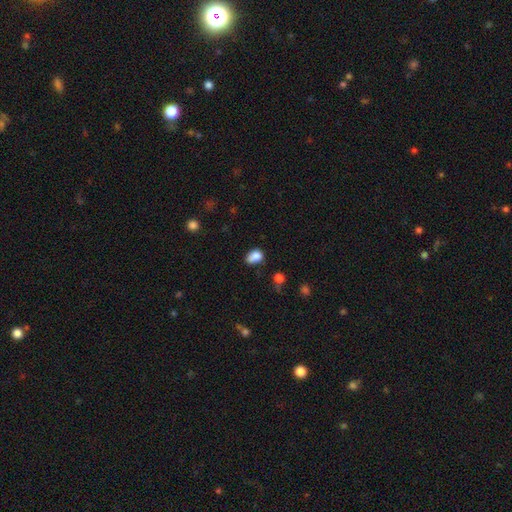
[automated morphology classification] This is clearly a smooth galaxy (82%). How rounded: likely in between (74%). Merging: possibly none (46%).